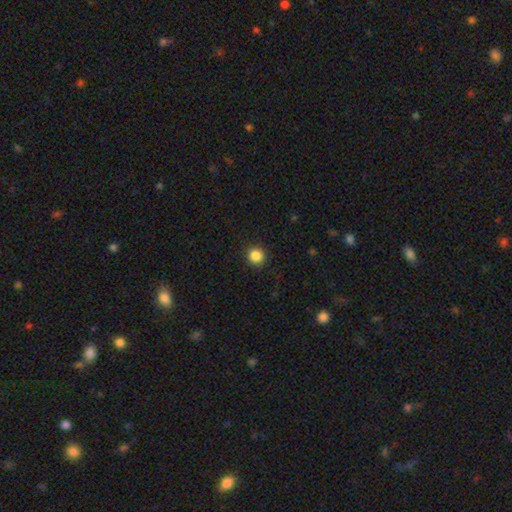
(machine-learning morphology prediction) A smooth galaxy with no disk features (86%) that is round (95%). Merging: none (92%).